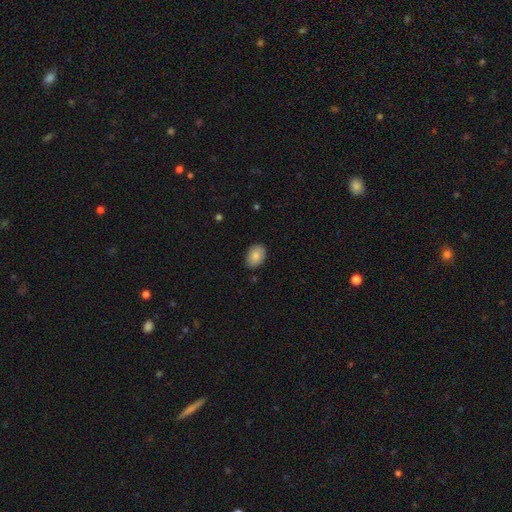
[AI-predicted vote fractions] Q: Smooth or featured?
A: smooth (85%); runner-up: featured or disk (8%)
Q: How rounded?
A: in between (85%); runner-up: round (14%)
Q: Merging?
A: none (85%); runner-up: minor disturbance (12%)